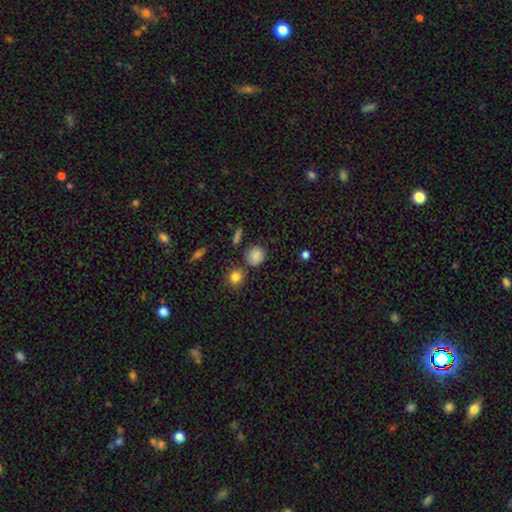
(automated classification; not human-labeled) Smooth or featured? Predicted: smooth (p=0.84). How rounded? Predicted: round (p=0.86). Merging? Predicted: none (p=0.77).